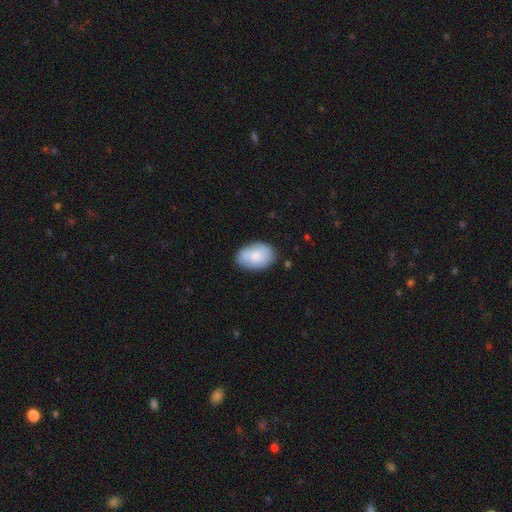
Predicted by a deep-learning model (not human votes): Smooth or featured: smooth — 74% (featured or disk — 20%)
How rounded: in between — 88% (round — 10%)
Merging: none — 72% (minor disturbance — 19%)